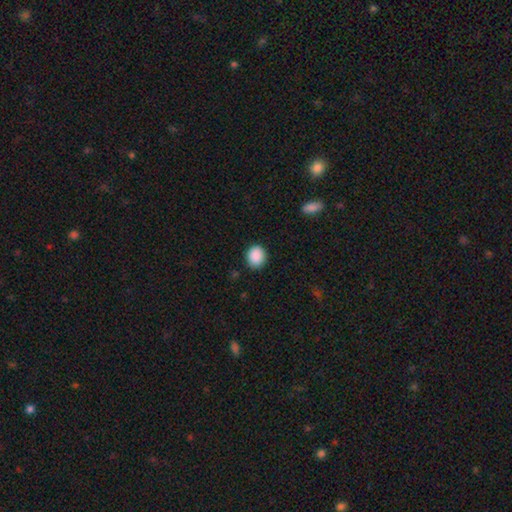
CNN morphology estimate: A smooth galaxy with no disk features (89%) that is round (70%).

Vote fractions:
- Smooth or featured? smooth: 89% / star or artifact: 8% / featured or disk: 3%
- How rounded? round: 70% / in between: 29% / cigar-shaped: 1%
- Merging? none: 87% / minor disturbance: 9% / major disturbance: 2% / merger: 1%